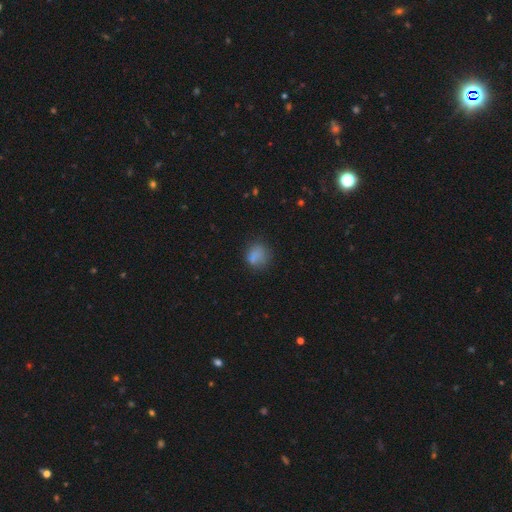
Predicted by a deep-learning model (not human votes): smooth 78%, star or artifact 12%, featured or disk 10%. Down the decision tree: how rounded — round (69%); merging — none (62%).